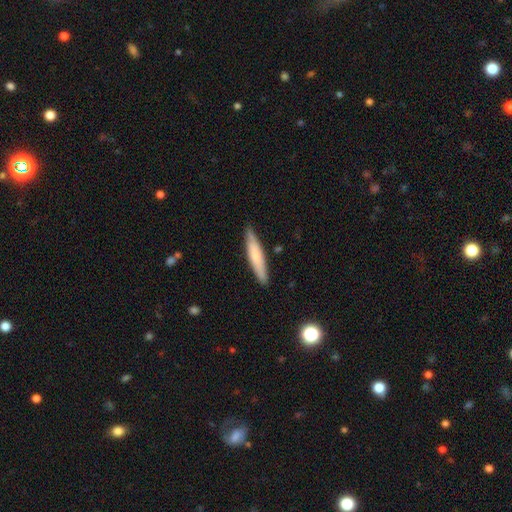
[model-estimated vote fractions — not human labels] Smooth or featured? Predicted: smooth (p=0.66). How rounded? Predicted: cigar-shaped (p=0.88). Merging? Predicted: none (p=0.86).